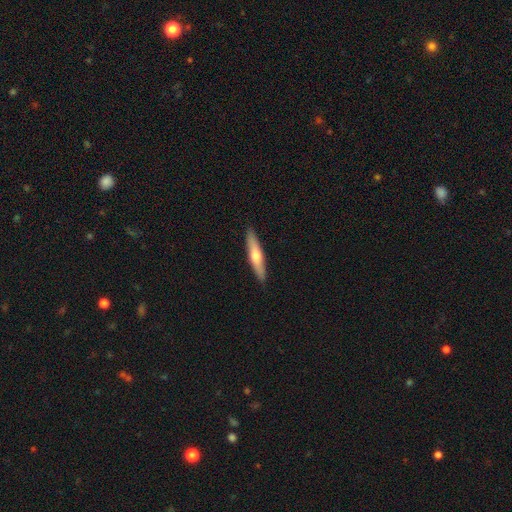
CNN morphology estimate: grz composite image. It shows a smooth galaxy with no disk features (53%) that is cigar-shaped (85%). Merging: none (91%).